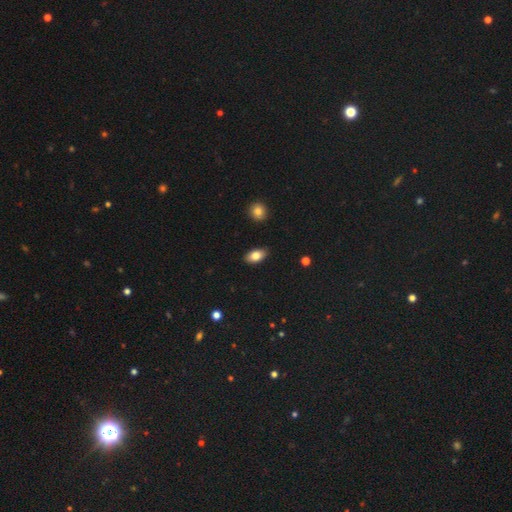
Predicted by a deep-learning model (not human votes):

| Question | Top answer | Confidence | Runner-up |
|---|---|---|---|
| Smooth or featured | smooth | 81% | featured or disk (12%) |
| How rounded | in between | 91% | round (6%) |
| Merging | none | 87% | minor disturbance (10%) |